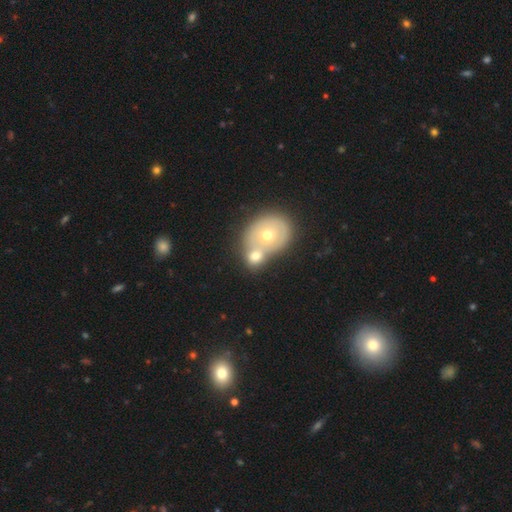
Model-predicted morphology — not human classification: A smooth galaxy with no disk features (61%) that is round (66%). Merging: merger (64%).